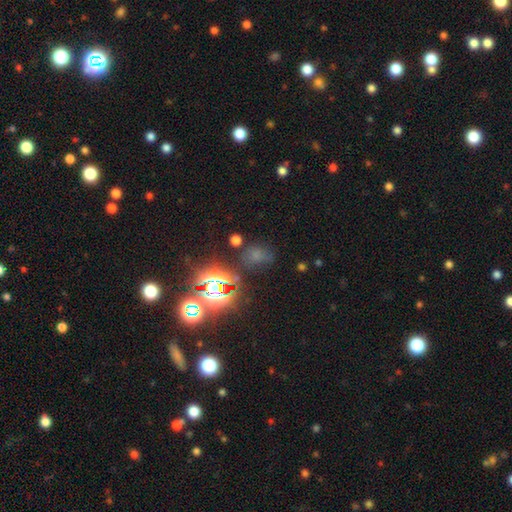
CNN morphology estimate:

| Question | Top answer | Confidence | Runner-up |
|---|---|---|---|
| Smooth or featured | star or artifact | 48% | smooth (42%) |